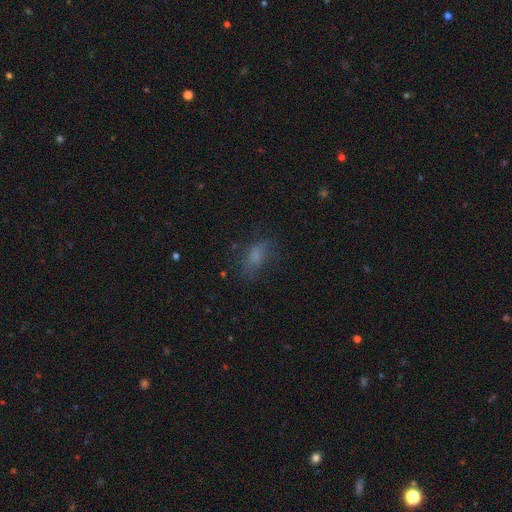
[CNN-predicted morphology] The model was most divided on "merging": none: 59%, minor disturbance: 22%, major disturbance: 17%, merger: 2%. More confident: how rounded — in between (82%); smooth or featured — smooth (67%).